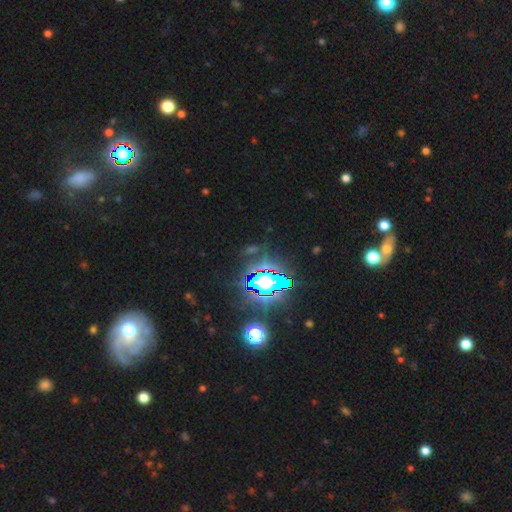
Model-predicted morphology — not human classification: The model was most divided on "smooth or featured": star or artifact: 72%, smooth: 15%, featured or disk: 13%.